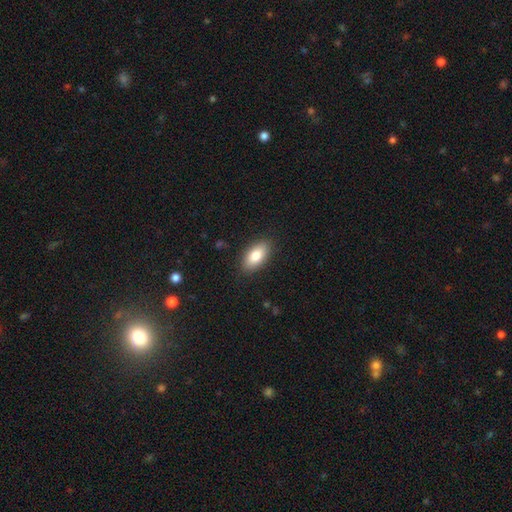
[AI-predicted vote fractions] A smooth galaxy with no disk features (82%) that is in between round and cigar-shaped (91%). Merging: none (87%).